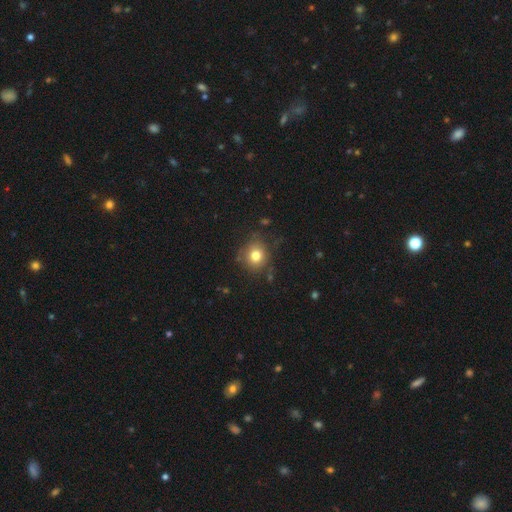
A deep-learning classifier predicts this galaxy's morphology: Overall: smooth (79%). How rounded: round (84%). Merging: none (79%).